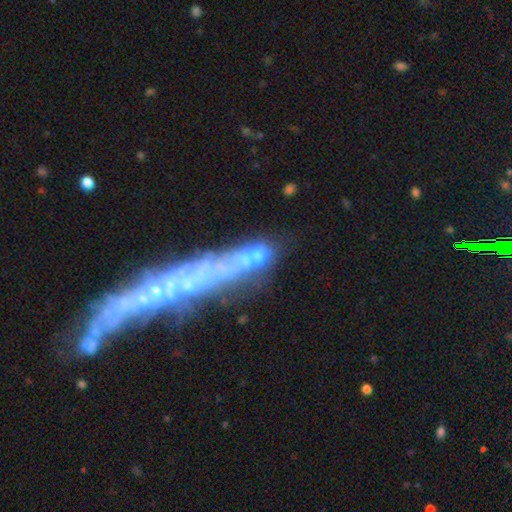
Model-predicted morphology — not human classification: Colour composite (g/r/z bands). It shows a featured or disk galaxy (43%). Merging: merger (35%, tied with none).